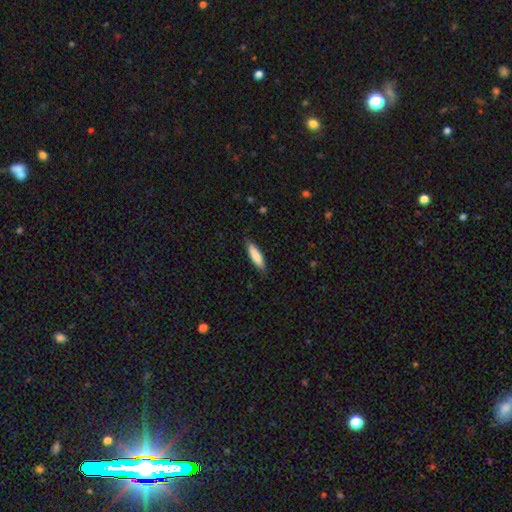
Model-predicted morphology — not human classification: type=smooth (83%); roundness=cigar-shaped (71%); merging=none (87%).